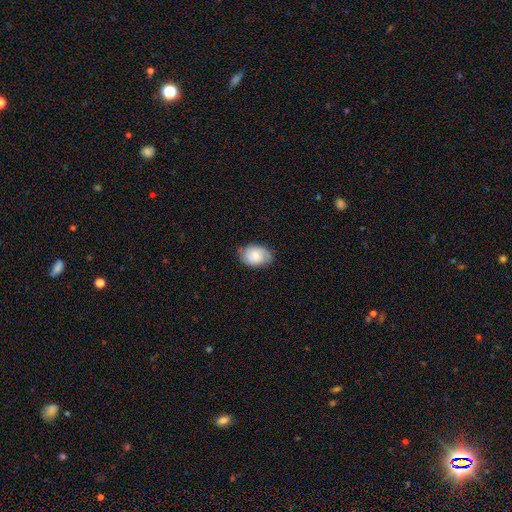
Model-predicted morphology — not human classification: smooth_or_featured: smooth (p=0.62) [alt: featured or disk p=0.30]
how_rounded: in between (p=0.80) [alt: round p=0.19]
merging: none (p=0.74) [alt: minor disturbance p=0.20]